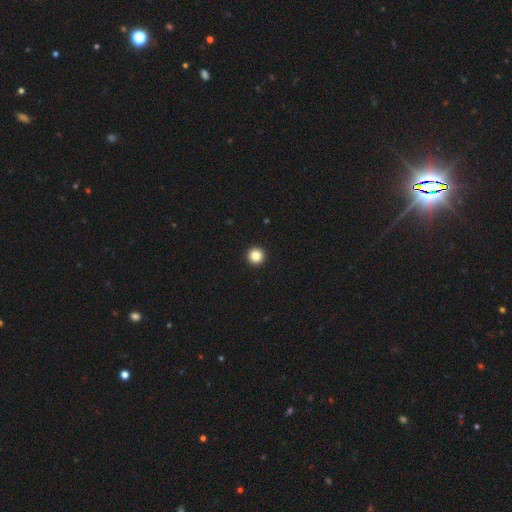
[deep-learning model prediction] A smooth galaxy with no disk features (85%) that is round (97%).

Vote fractions:
- Smooth or featured? smooth: 85% / star or artifact: 11% / featured or disk: 5%
- How rounded? round: 97% / in between: 2% / cigar-shaped: 1%
- Merging? none: 95% / minor disturbance: 3% / major disturbance: 1% / merger: 1%